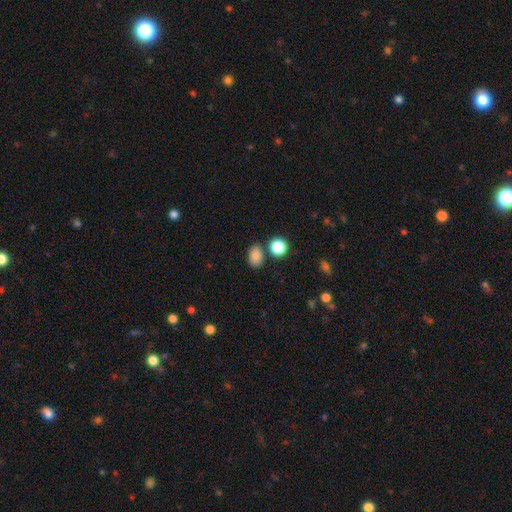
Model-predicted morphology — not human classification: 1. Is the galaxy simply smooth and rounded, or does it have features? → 84% smooth, 11% star or artifact, 6% featured or disk.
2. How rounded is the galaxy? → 78% in between, 20% round, 1% cigar-shaped.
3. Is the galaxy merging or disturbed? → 76% none, 11% minor disturbance, 10% merger, 3% major disturbance.